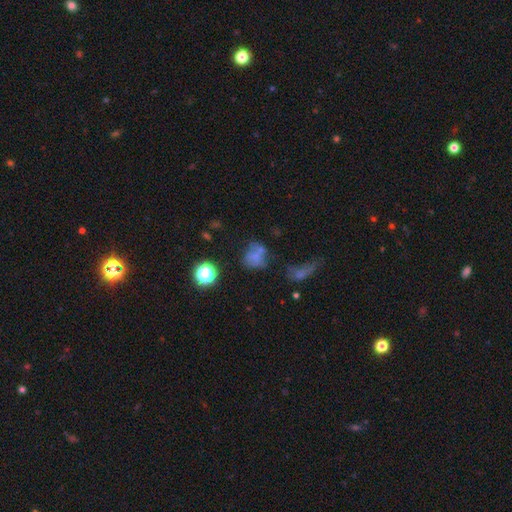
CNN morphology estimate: smooth-or-featured: smooth: 56% | featured or disk: 23% | star or artifact: 21%
  how-rounded: round: 62% | in between: 37% | cigar-shaped: 2%
  merging: none: 37% | merger: 28% | minor disturbance: 18% | major disturbance: 16%